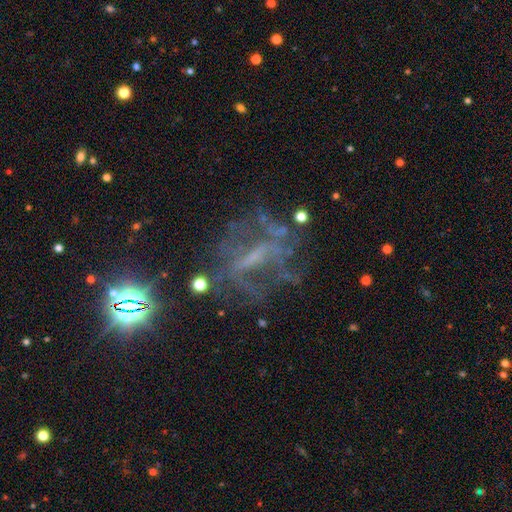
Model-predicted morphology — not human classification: Smooth or featured? Predicted: featured or disk (p=0.57). Edge-on disk? Predicted: no (p=0.91). Bar? Predicted: weak (p=0.37). Spiral arms? Predicted: no (p=0.53). Bulge size? Predicted: none (p=0.47). Merging? Predicted: none (p=0.57).